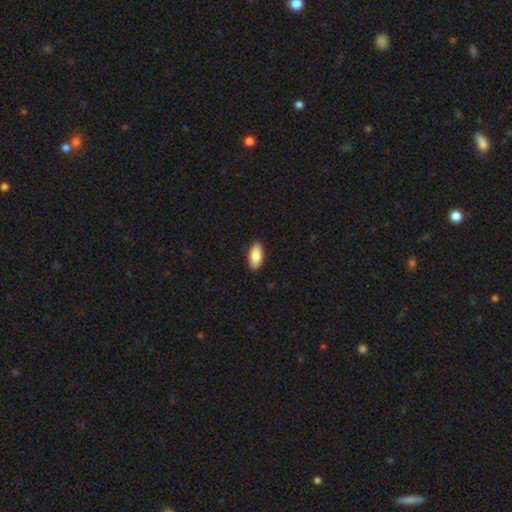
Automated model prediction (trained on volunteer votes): The model was most divided on "merging": none: 88%, minor disturbance: 9%, major disturbance: 2%, merger: 1%. More confident: how rounded — in between (90%); smooth or featured — smooth (86%).